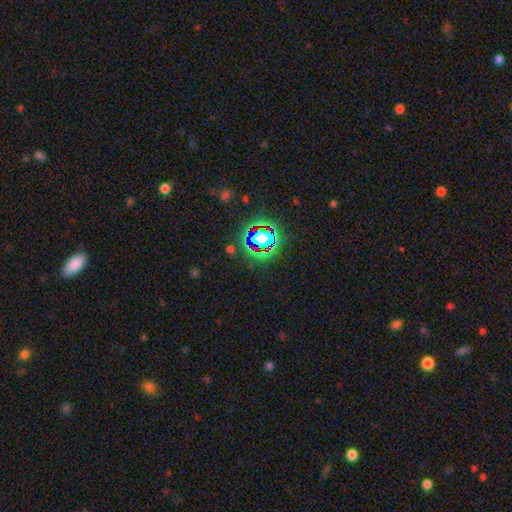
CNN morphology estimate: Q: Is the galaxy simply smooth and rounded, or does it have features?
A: star or artifact — 76%.